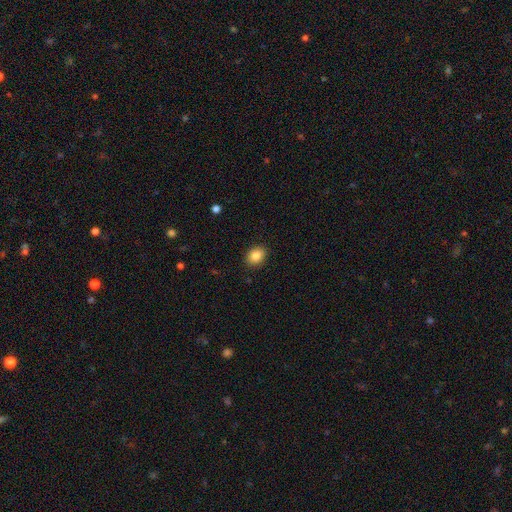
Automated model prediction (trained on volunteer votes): Morphology: type=smooth (86%); roundness=in between (58%); merging=none (89%).